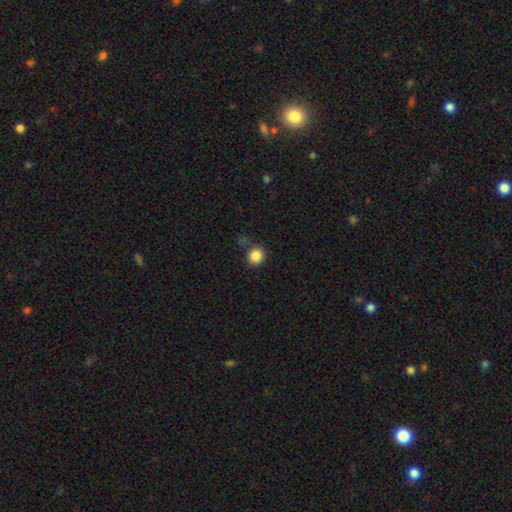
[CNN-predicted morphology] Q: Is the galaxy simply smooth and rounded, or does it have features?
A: smooth — 86%.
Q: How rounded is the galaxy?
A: round — 90%.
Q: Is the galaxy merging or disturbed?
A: none — 80%.